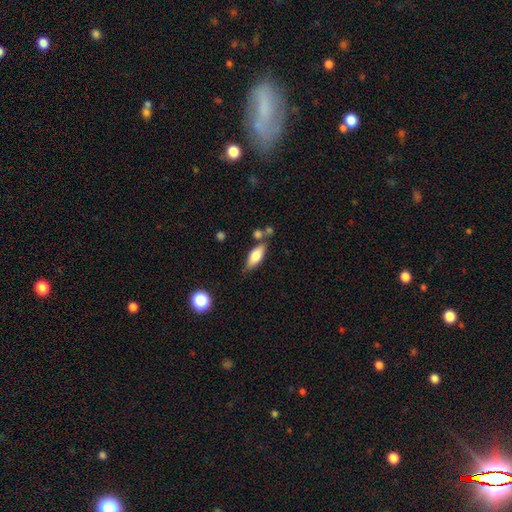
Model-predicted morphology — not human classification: A smooth galaxy with no disk features (70%) that is in between round and cigar-shaped (72%). Merging: none (66%).